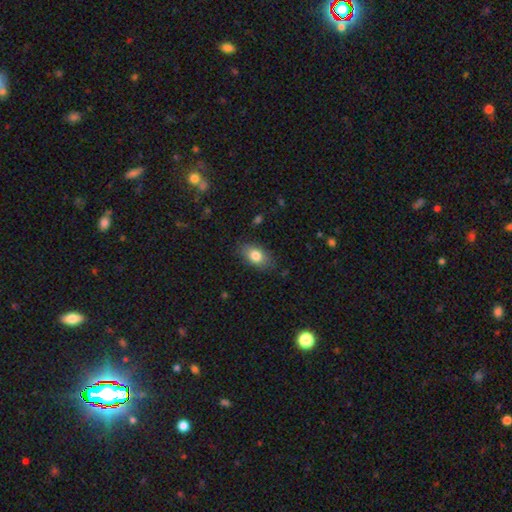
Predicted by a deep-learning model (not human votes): A smooth galaxy with no disk features (80%) that is in between round and cigar-shaped (86%). Merging: none (82%).